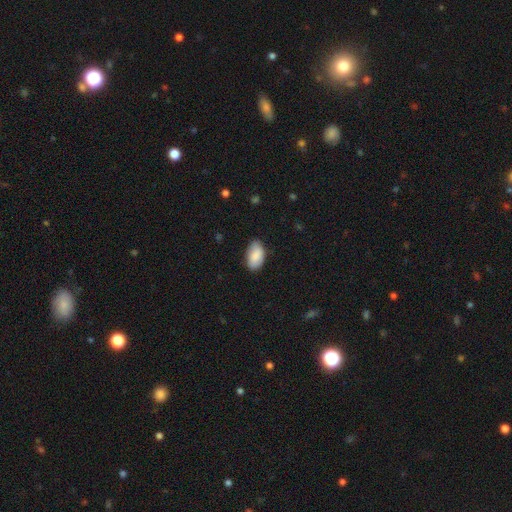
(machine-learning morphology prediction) This is clearly a smooth galaxy (88%). How rounded: clearly in between (95%). Merging: likely none (78%).